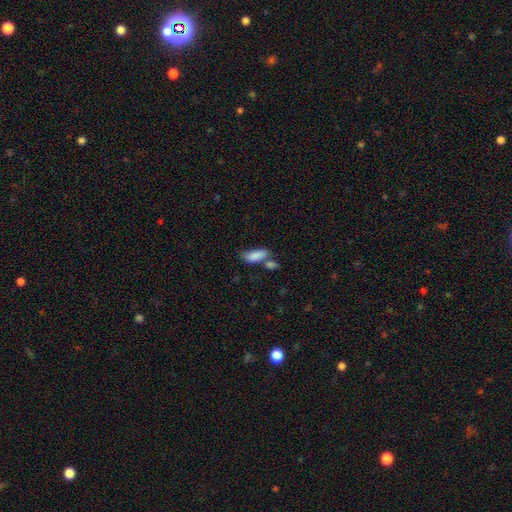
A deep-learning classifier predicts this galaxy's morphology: A smooth galaxy with no disk features (83%) that is in between round and cigar-shaped (80%).

Vote fractions:
- Smooth or featured? smooth: 83% / featured or disk: 9% / star or artifact: 8%
- How rounded? in between: 80% / cigar-shaped: 17% / round: 3%
- Merging? merger: 41% / none: 36% / minor disturbance: 16% / major disturbance: 8%